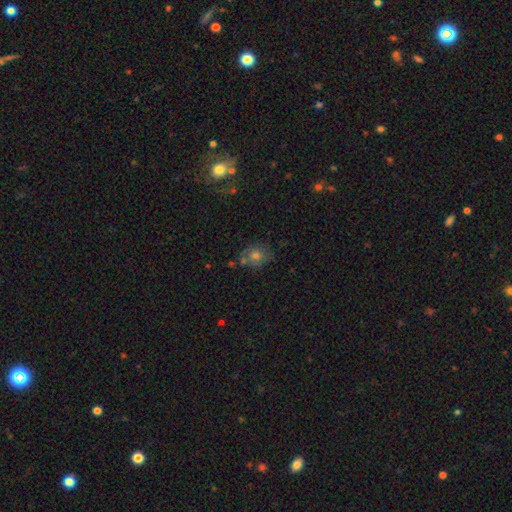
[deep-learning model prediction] Smooth or featured? smooth (54%)
How rounded? round (60%)
Merging? none (59%)